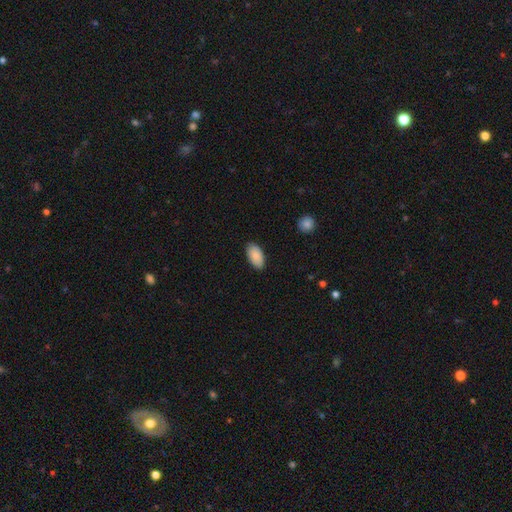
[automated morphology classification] smooth_or_featured: smooth (p=0.88) [alt: star or artifact p=0.06]
how_rounded: in between (p=0.95) [alt: round p=0.03]
merging: none (p=0.86) [alt: minor disturbance p=0.11]